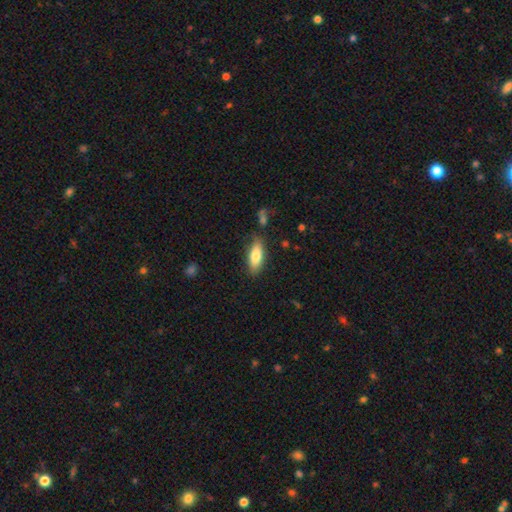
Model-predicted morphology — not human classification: smooth-or-featured: smooth: 80% | featured or disk: 13% | star or artifact: 6%
  how-rounded: in between: 72% | cigar-shaped: 26% | round: 2%
  merging: none: 80% | minor disturbance: 14% | major disturbance: 3% | merger: 3%